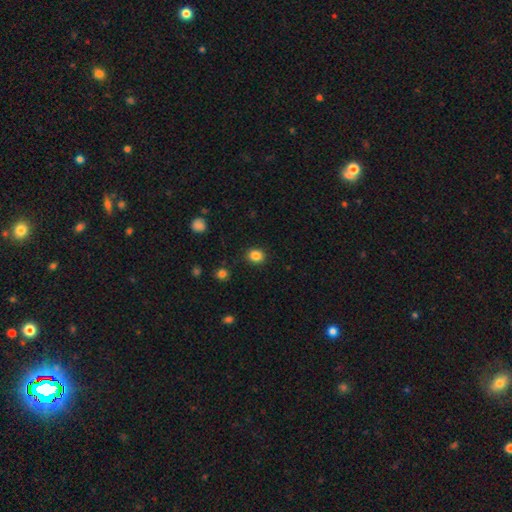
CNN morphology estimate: smooth 84%, star or artifact 11%, featured or disk 4%. Down the decision tree: how rounded — round (76%); merging — none (89%).